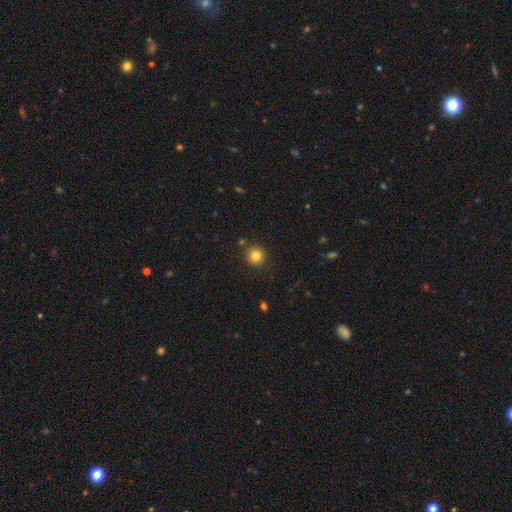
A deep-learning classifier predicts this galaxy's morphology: The model was most divided on "smooth or featured": smooth: 82%, star or artifact: 12%, featured or disk: 6%. More confident: how rounded — round (93%); merging — none (89%).